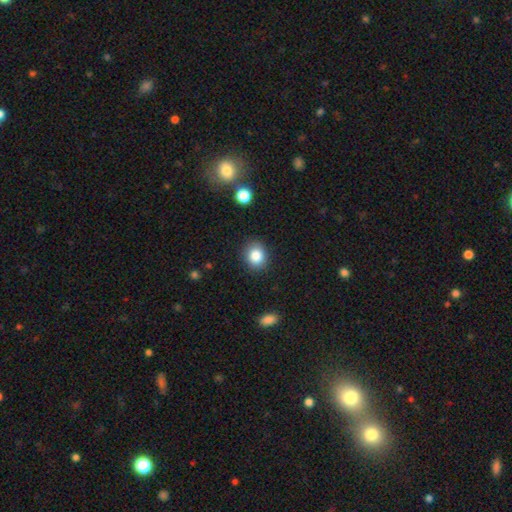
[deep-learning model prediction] Q: Smooth or featured?
A: smooth (84%); runner-up: star or artifact (10%)
Q: How rounded?
A: round (62%); runner-up: in between (37%)
Q: Merging?
A: none (86%); runner-up: minor disturbance (10%)